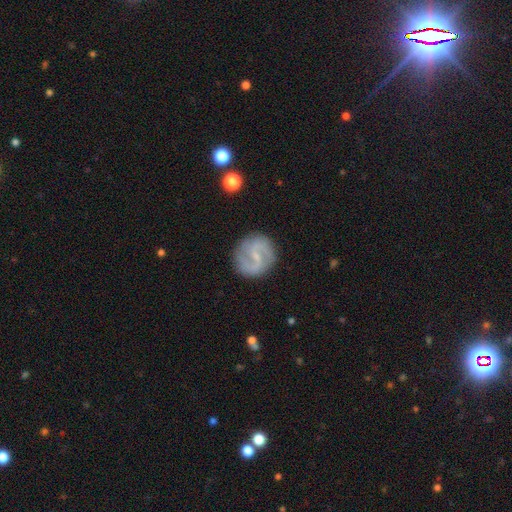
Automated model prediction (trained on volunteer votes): A featured or disk galaxy (81%) with a weak bar (54%), 2 (90%) medium (50%) spiral arms (94%) and a small central bulge (66%). Merging: none (85%).